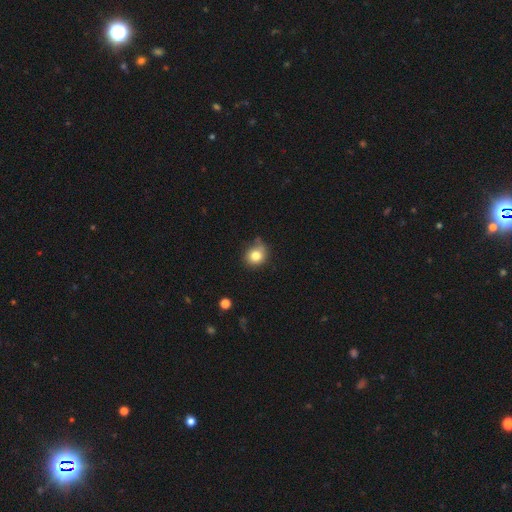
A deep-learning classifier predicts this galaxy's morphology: This appears to be a smooth galaxy with no disk features (81%) that is round (80%). Merging: none (66%).